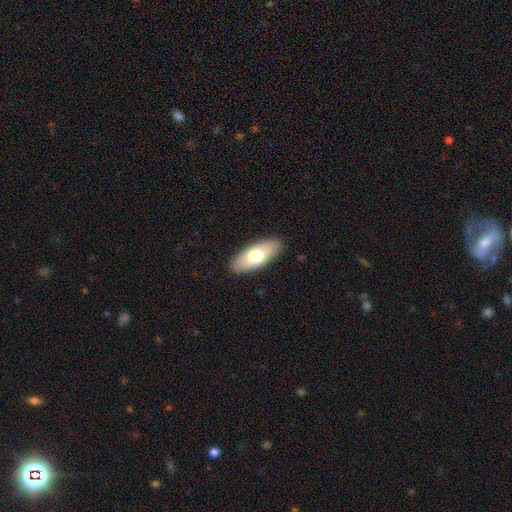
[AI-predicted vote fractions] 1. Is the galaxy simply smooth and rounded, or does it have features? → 68% smooth, 26% featured or disk, 6% star or artifact.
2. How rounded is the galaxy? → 83% in between, 14% cigar-shaped, 3% round.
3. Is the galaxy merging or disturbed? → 88% none, 9% minor disturbance, 2% major disturbance, 1% merger.